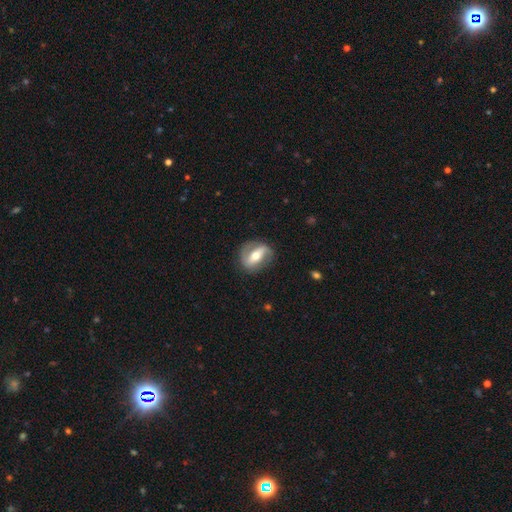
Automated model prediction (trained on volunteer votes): featured or disk 74%, smooth 21%, star or artifact 6%. Down the decision tree: edge-on disk — no (91%); bar — strong (57%); spiral arms — yes (77%); spiral arm count — 2 (84%); spiral winding — medium (39%); bulge size — moderate (68%); merging — none (80%).